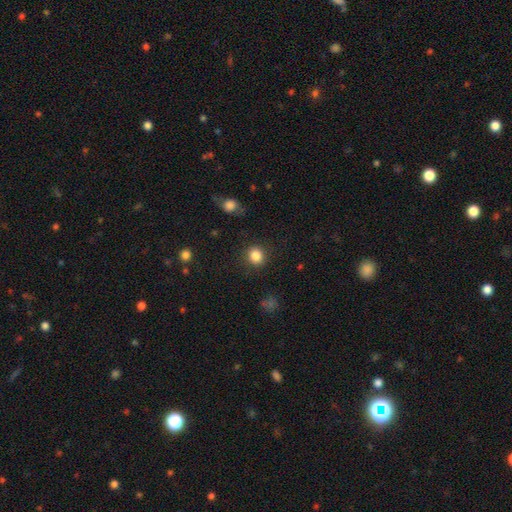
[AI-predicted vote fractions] Smooth or featured?
  - smooth: 85% *
  - star or artifact: 11%
  - featured or disk: 4%
How rounded?
  - round: 83% *
  - in between: 17%
  - cigar-shaped: 1%
Merging?
  - none: 87% *
  - minor disturbance: 8%
  - major disturbance: 3%
  - merger: 1%